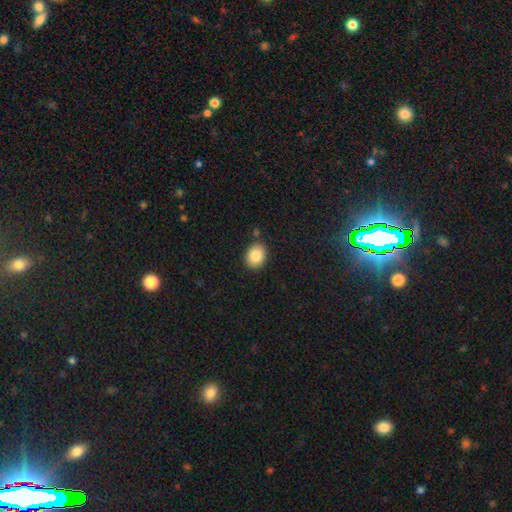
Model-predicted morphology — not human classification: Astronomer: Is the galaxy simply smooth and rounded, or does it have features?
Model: smooth — 85%.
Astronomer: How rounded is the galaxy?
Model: in between — 57% (runner-up: round, 42%).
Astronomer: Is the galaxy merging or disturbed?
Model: none — 84%.